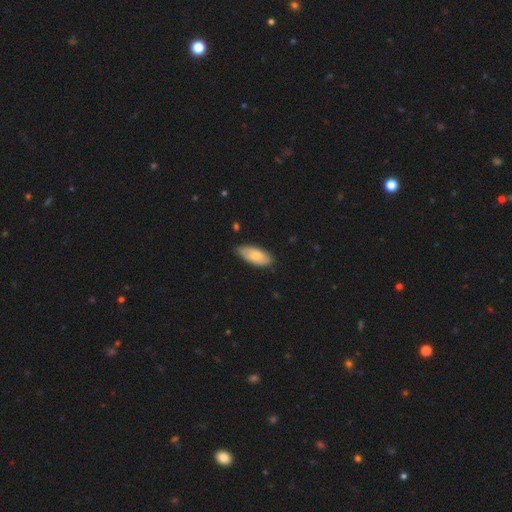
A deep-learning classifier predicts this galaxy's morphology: Smooth or featured?
  - smooth: 74% *
  - featured or disk: 20%
  - star or artifact: 5%
How rounded?
  - in between: 90% *
  - cigar-shaped: 8%
  - round: 2%
Merging?
  - none: 80% *
  - minor disturbance: 16%
  - major disturbance: 2%
  - merger: 1%